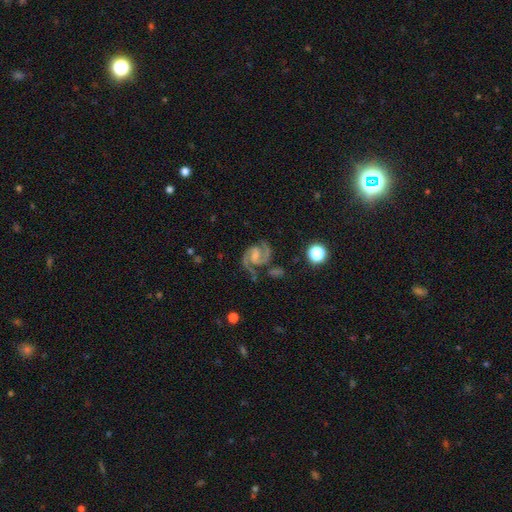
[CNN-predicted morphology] Smooth or featured? Predicted: featured or disk (p=0.91). Edge-on disk? Predicted: no (p=0.98). Bar? Predicted: weak (p=0.50). Spiral arms? Predicted: yes (p=0.98). Spiral winding? Predicted: medium (p=0.62). Spiral arm count? Predicted: 2 (p=0.94). Bulge size? Predicted: none (p=0.37). Merging? Predicted: none (p=0.69).